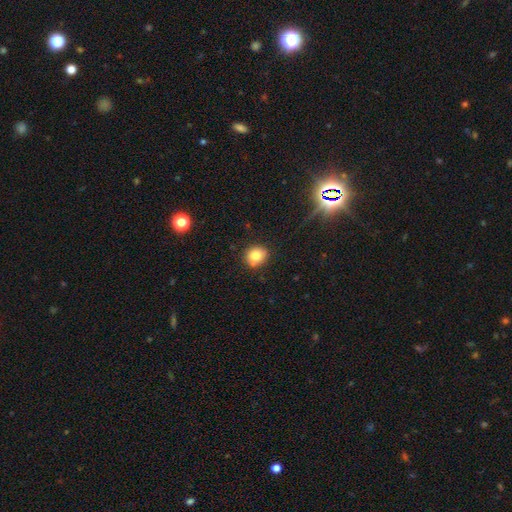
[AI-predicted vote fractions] A smooth galaxy with no disk features (80%) that is round (79%).

Vote fractions:
- Smooth or featured? smooth: 80% / star or artifact: 11% / featured or disk: 8%
- How rounded? round: 79% / in between: 21% / cigar-shaped: 1%
- Merging? none: 81% / minor disturbance: 14% / merger: 3% / major disturbance: 3%